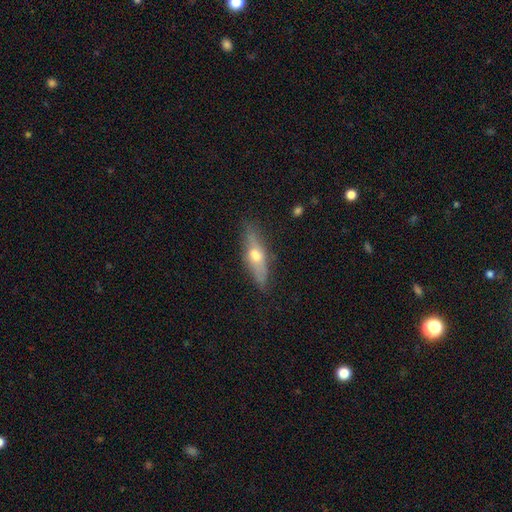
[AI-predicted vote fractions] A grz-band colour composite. It shows a featured or disk galaxy (49%). Merging: none (81%).